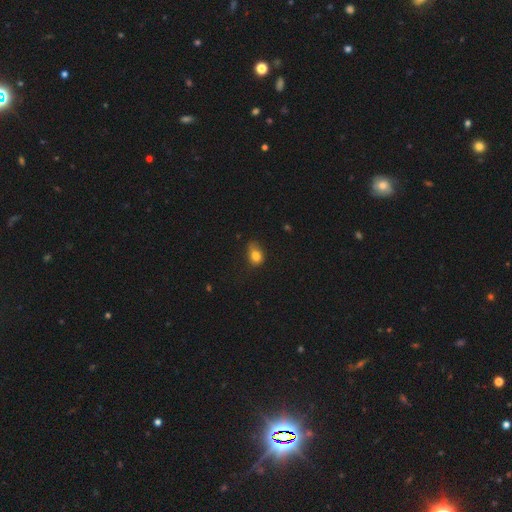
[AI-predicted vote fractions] Overall: smooth (81%). How rounded: in between (67%; round 32%). Merging: none (47%; minor disturbance 38%).